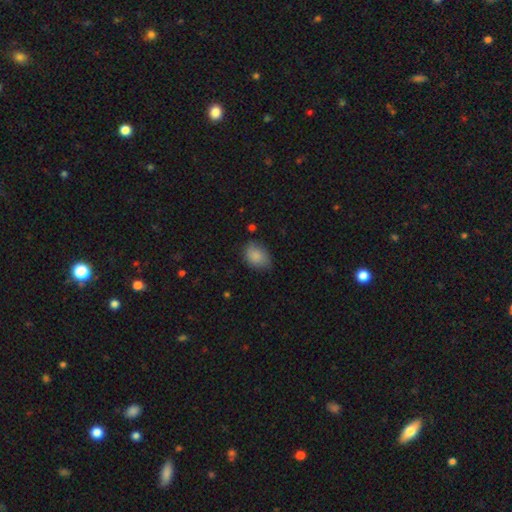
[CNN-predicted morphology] Smooth or featured? smooth (86%)
How rounded? in between (75%)
Merging? none (69%)